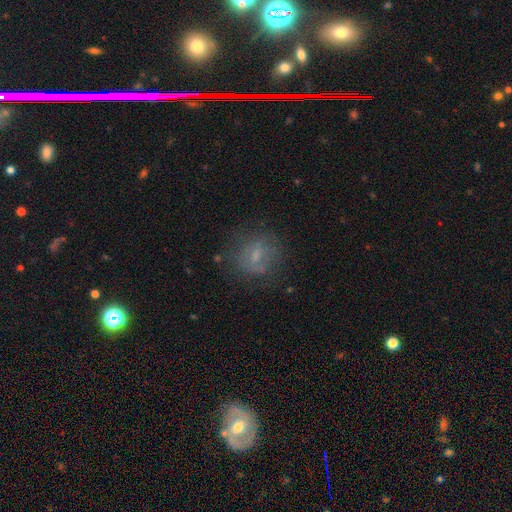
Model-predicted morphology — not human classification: Smooth or featured: smooth — 53% (featured or disk — 34%)
How rounded: round — 75% (in between — 23%)
Merging: none — 67% (minor disturbance — 18%)